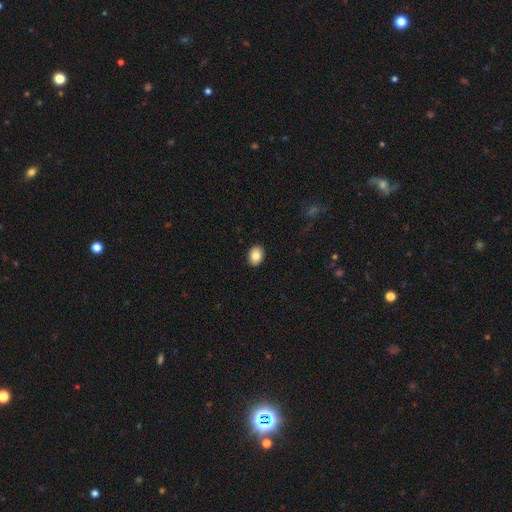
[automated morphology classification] Smooth or featured: smooth — 84% (star or artifact — 8%)
How rounded: in between — 71% (round — 29%)
Merging: none — 91% (minor disturbance — 7%)